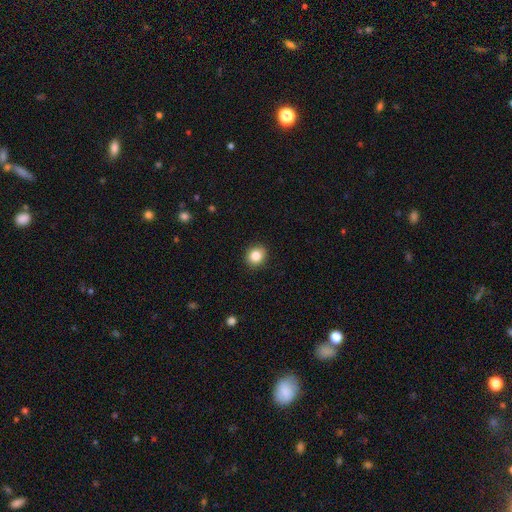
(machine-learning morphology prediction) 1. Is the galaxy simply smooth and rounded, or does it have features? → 85% smooth, 10% star or artifact, 5% featured or disk.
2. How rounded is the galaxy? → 80% round, 19% in between, 1% cigar-shaped.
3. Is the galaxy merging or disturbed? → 91% none, 6% minor disturbance, 2% major disturbance, 1% merger.